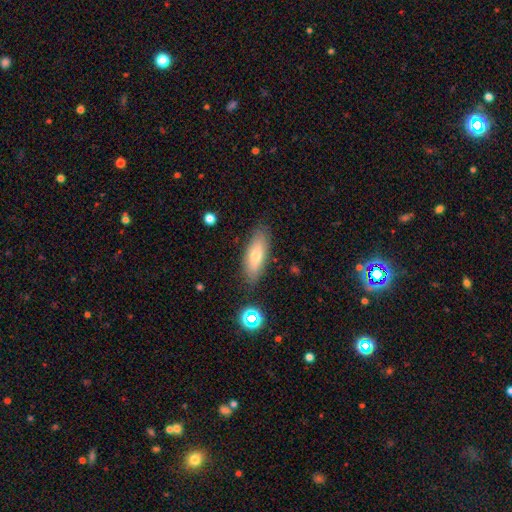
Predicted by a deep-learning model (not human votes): Morphology: type=smooth (71%); roundness=in between (64%); merging=none (84%).